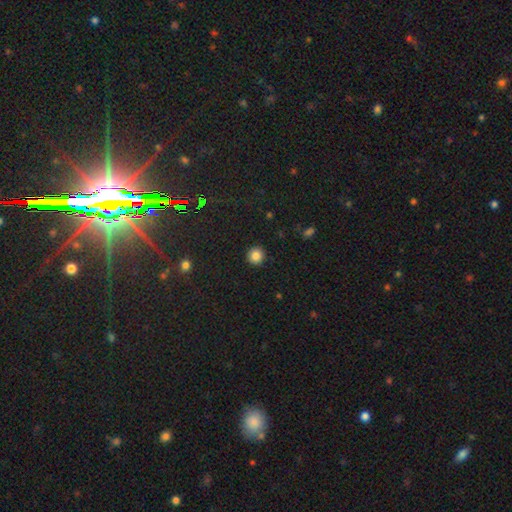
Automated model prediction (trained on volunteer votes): Q: Smooth or featured?
A: smooth (84%); runner-up: star or artifact (11%)
Q: How rounded?
A: round (94%); runner-up: in between (5%)
Q: Merging?
A: none (92%); runner-up: minor disturbance (5%)